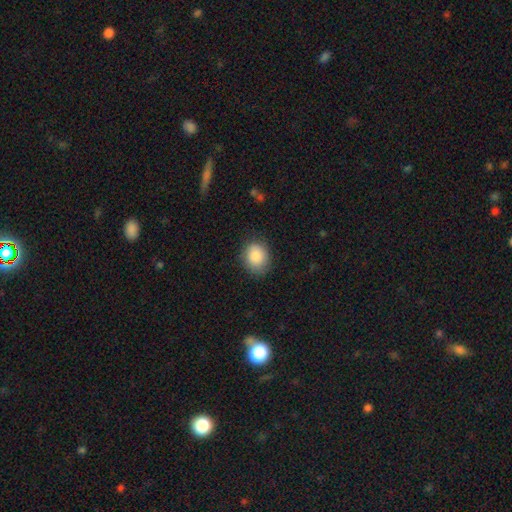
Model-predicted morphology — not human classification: Smooth or featured? smooth (87%)
How rounded? round (57%)
Merging? none (81%)